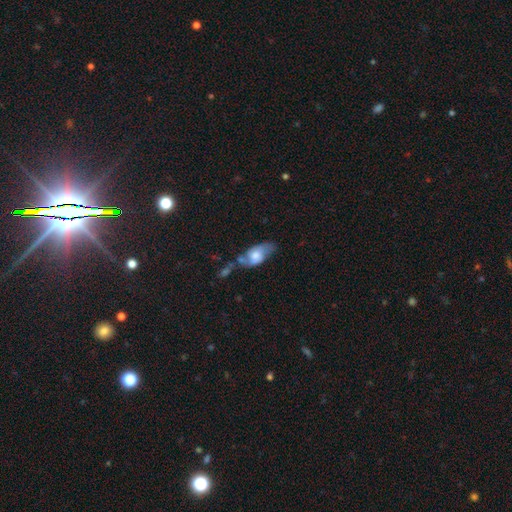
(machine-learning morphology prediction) The model was most divided on "merging": none: 39%, minor disturbance: 30%, merger: 16%, major disturbance: 15%. More confident: how rounded — in between (86%); smooth or featured — smooth (52%).